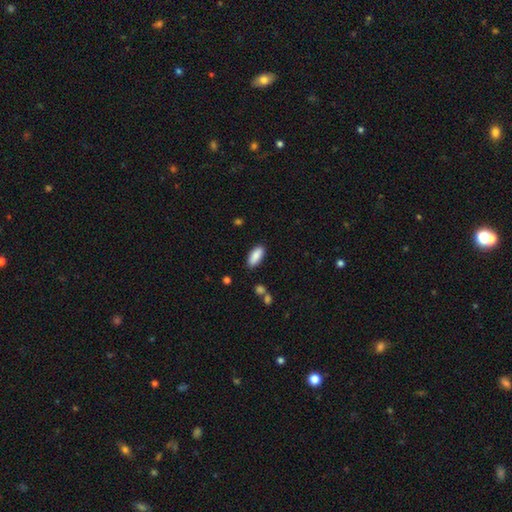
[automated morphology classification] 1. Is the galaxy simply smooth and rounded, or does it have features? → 89% smooth, 6% star or artifact, 5% featured or disk.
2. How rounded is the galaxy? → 80% in between, 18% cigar-shaped, 2% round.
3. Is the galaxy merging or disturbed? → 86% none, 10% minor disturbance, 2% major disturbance, 2% merger.